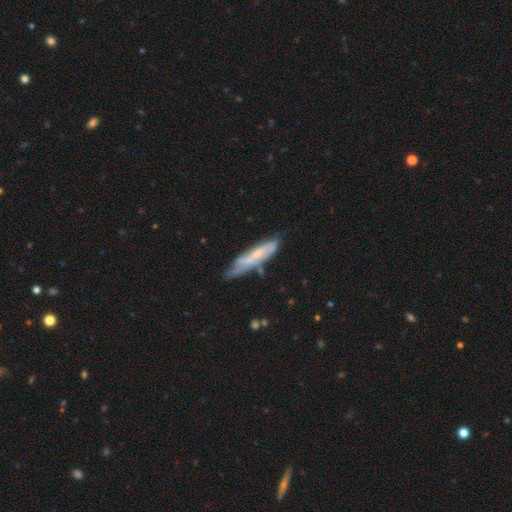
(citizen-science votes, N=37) Smooth or featured?
  - featured or disk: 65% *
  - smooth: 32%
  - star or artifact: 3%
Edge-on disk?
  - yes: 50% * (tied)
  - no: 50% * (tied)
Edge-on bulge?
  - none: 42% *
  - rounded: 33%
  - boxy: 25%
Merging?
  - none: 47% *
  - minor disturbance: 31%
  - merger: 19%
  - major disturbance: 3%